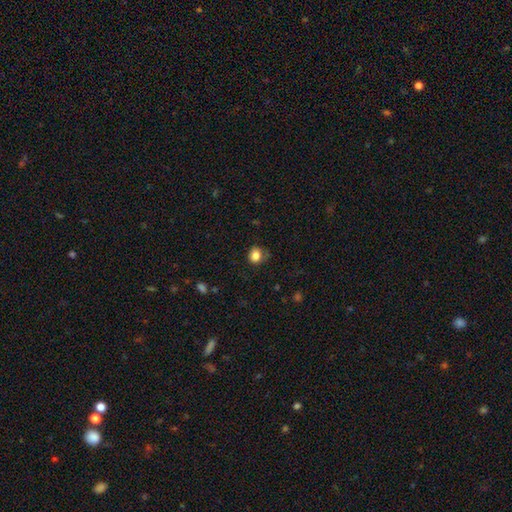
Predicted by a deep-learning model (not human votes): Smooth or featured?
  - smooth: 83% *
  - star or artifact: 11%
  - featured or disk: 6%
How rounded?
  - round: 68% *
  - in between: 31%
  - cigar-shaped: 1%
Merging?
  - none: 67% *
  - minor disturbance: 24%
  - major disturbance: 7%
  - merger: 2%